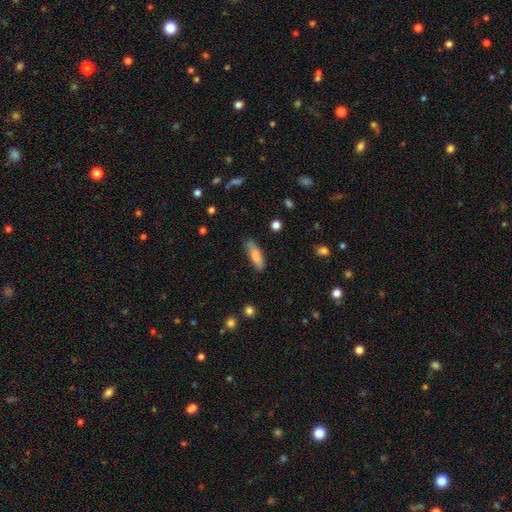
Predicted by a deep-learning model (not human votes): smooth 79%, featured or disk 14%, star or artifact 6%. Down the decision tree: how rounded — cigar-shaped (55%); merging — none (80%).